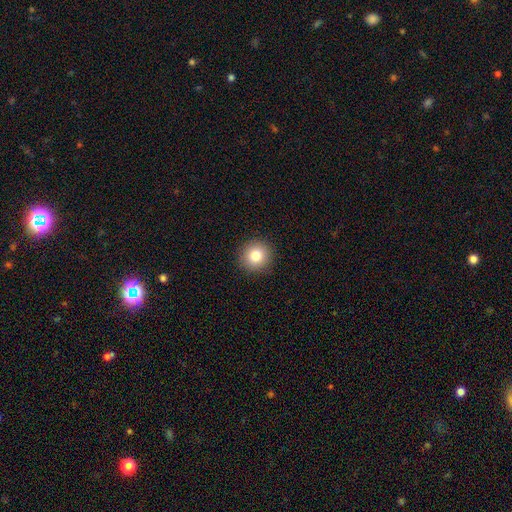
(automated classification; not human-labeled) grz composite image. It shows a smooth galaxy with no disk features (82%) that is round (93%). Merging: none (92%).